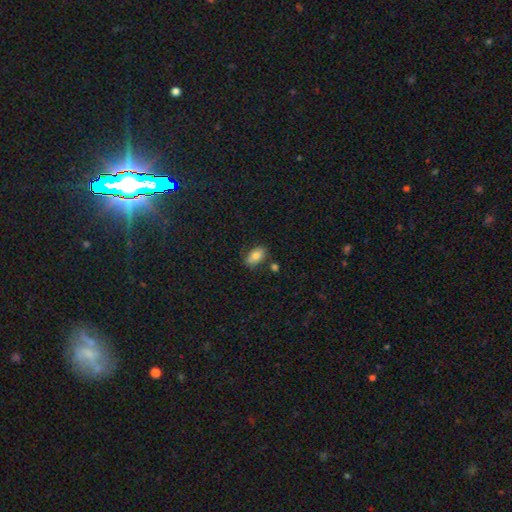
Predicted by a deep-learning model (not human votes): Q: Smooth or featured?
A: smooth (78%); runner-up: featured or disk (13%)
Q: How rounded?
A: in between (91%); runner-up: round (7%)
Q: Merging?
A: none (75%); runner-up: minor disturbance (16%)